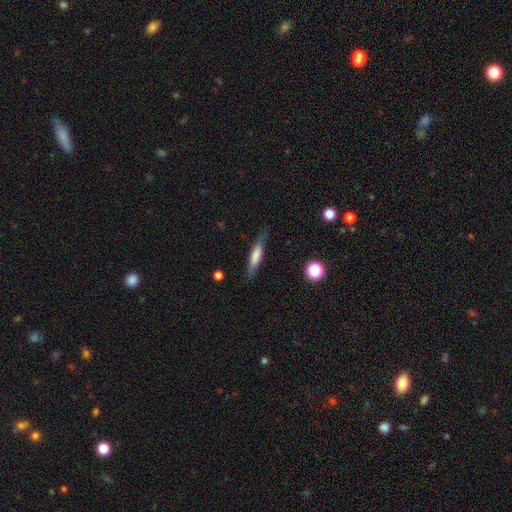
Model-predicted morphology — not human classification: Smooth or featured: smooth — 62% (featured or disk — 31%)
How rounded: cigar-shaped — 84% (in between — 14%)
Merging: none — 79% (minor disturbance — 15%)